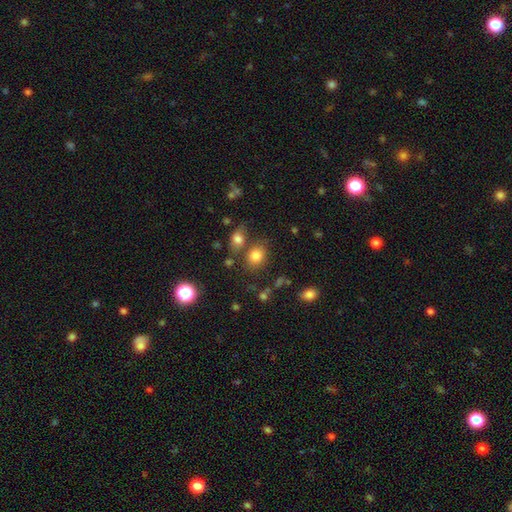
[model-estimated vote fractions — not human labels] This appears to be a smooth galaxy with no disk features (80%) that is in between round and cigar-shaped (53%). Merging: none (67%).